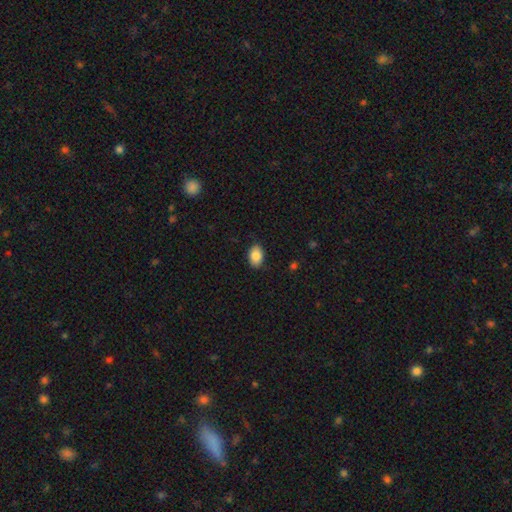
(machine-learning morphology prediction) Smooth or featured: smooth — 87% (star or artifact — 8%)
How rounded: in between — 85% (round — 14%)
Merging: none — 87% (minor disturbance — 10%)